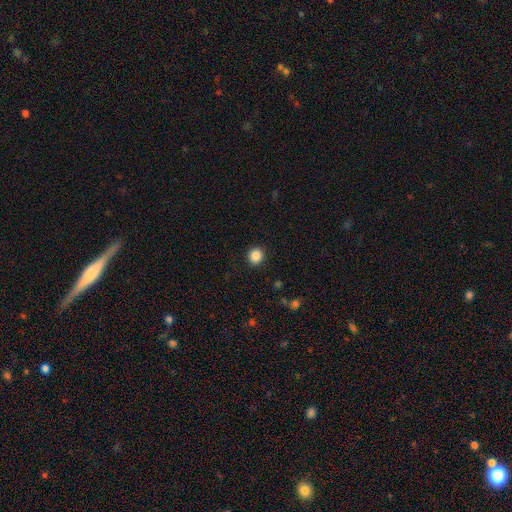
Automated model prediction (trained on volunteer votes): Q: Smooth or featured?
A: smooth (86%); runner-up: star or artifact (10%)
Q: How rounded?
A: round (88%); runner-up: in between (11%)
Q: Merging?
A: none (92%); runner-up: minor disturbance (5%)